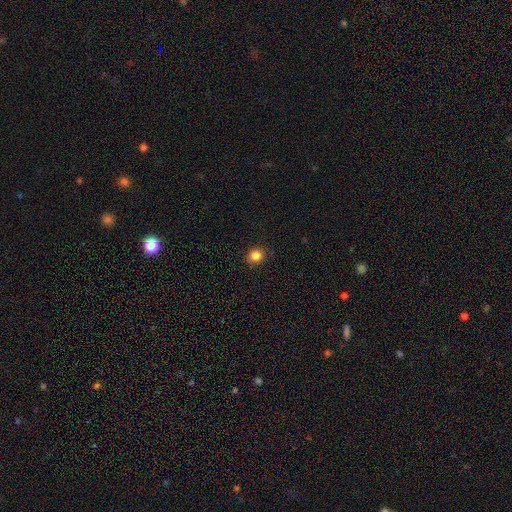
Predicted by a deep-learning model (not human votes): Smooth or featured?
  - smooth: 85% *
  - star or artifact: 11%
  - featured or disk: 4%
How rounded?
  - round: 88% *
  - in between: 11%
  - cigar-shaped: 1%
Merging?
  - none: 89% *
  - minor disturbance: 8%
  - major disturbance: 2%
  - merger: 1%